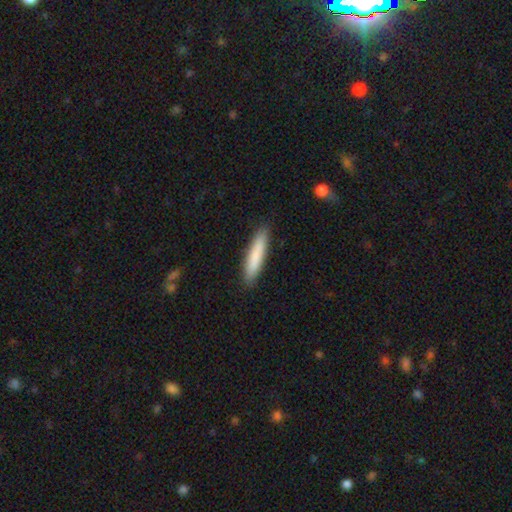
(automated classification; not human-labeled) A smooth galaxy with no disk features (83%) that is cigar-shaped (87%).

Vote fractions:
- Smooth or featured? smooth: 83% / featured or disk: 12% / star or artifact: 5%
- How rounded? cigar-shaped: 87% / in between: 11% / round: 1%
- Merging? none: 89% / minor disturbance: 8% / major disturbance: 2% / merger: 1%